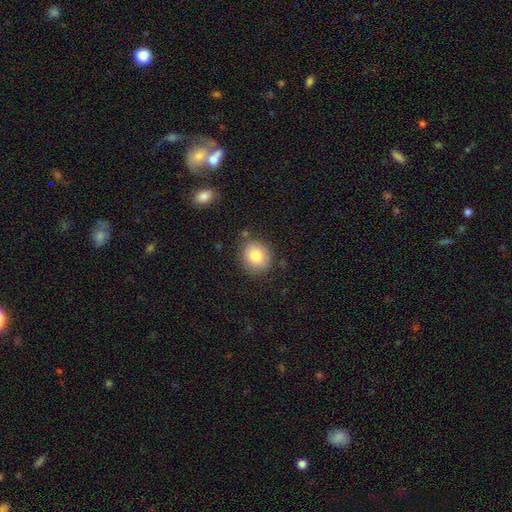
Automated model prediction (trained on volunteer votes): A smooth galaxy with no disk features (81%) that is round (77%). Merging: none (82%).